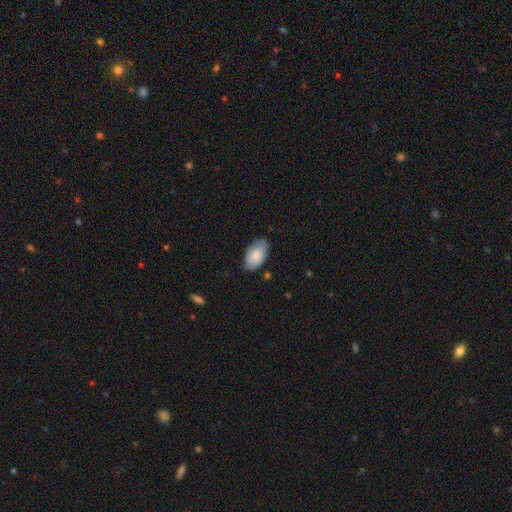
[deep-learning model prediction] The model was most divided on "merging": none: 72%, minor disturbance: 24%, major disturbance: 3%, merger: 1%. More confident: how rounded — in between (94%); smooth or featured — smooth (81%).